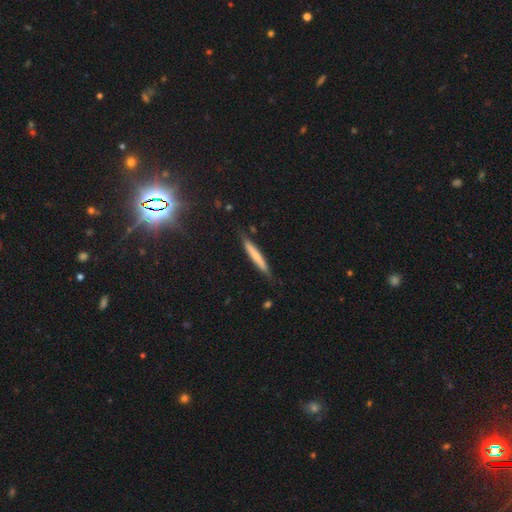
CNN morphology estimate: Smooth or featured? smooth (61%)
How rounded? cigar-shaped (95%)
Merging? none (82%)